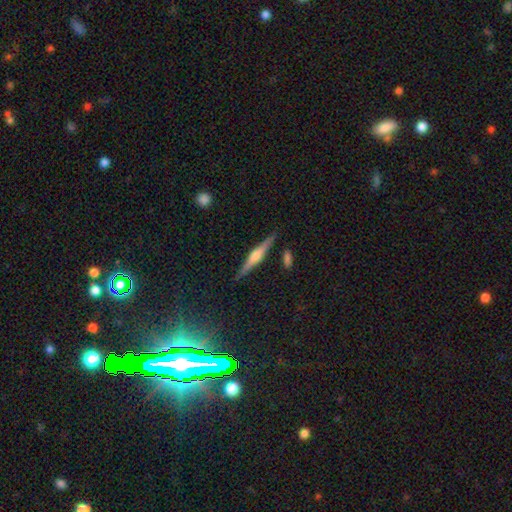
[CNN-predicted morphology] type=featured or disk (72%); edge-on=yes (97%); edge-on bulge=rounded (82%); merging=none (88%).